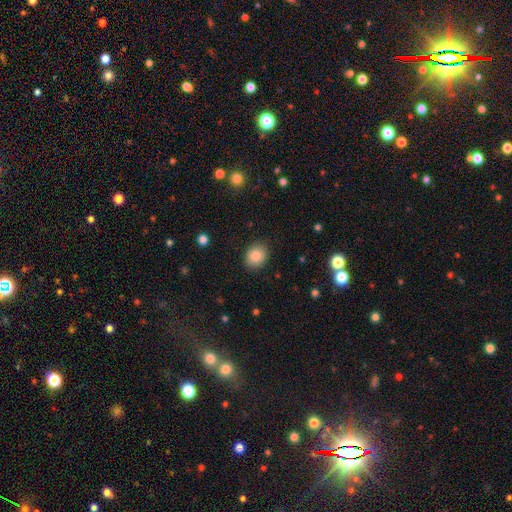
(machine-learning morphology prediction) smooth_or_featured: smooth (p=0.84) [alt: star or artifact p=0.09]
how_rounded: round (p=0.58) [alt: in between p=0.41]
merging: none (p=0.88) [alt: minor disturbance p=0.09]